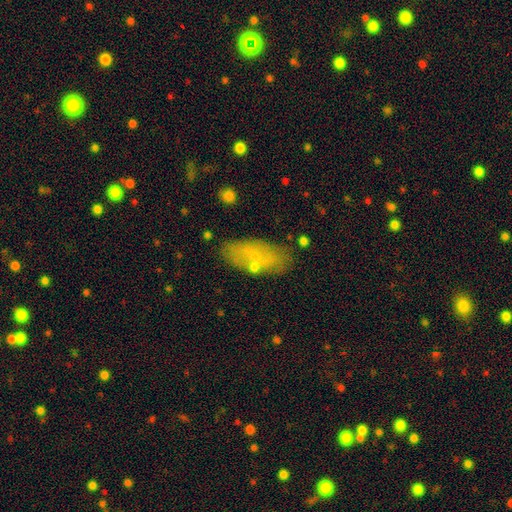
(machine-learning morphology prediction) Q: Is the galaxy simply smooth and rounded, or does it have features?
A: smooth — 64%.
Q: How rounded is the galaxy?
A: in between — 82%.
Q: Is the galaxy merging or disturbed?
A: none — 76%.